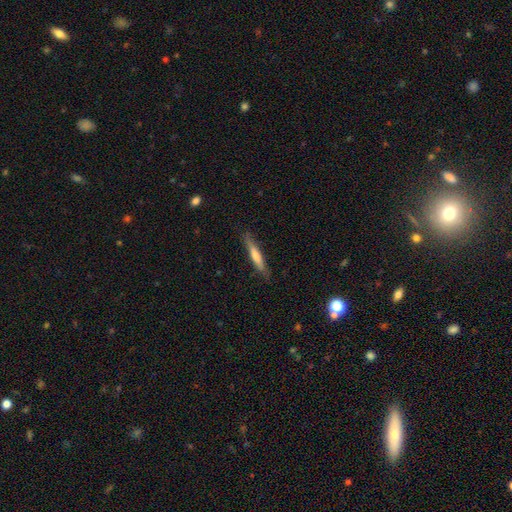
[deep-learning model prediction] Smooth or featured: smooth — 55% (featured or disk — 40%)
How rounded: cigar-shaped — 93% (in between — 6%)
Merging: none — 85% (minor disturbance — 12%)